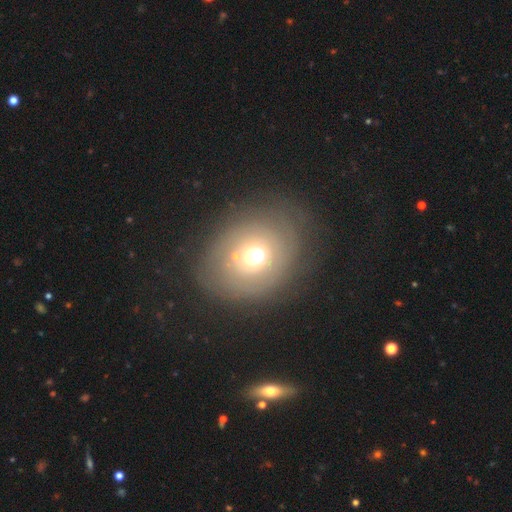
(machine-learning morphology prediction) This appears to be a smooth galaxy with no disk features (55%) that is round (68%). Merging: none (69%).